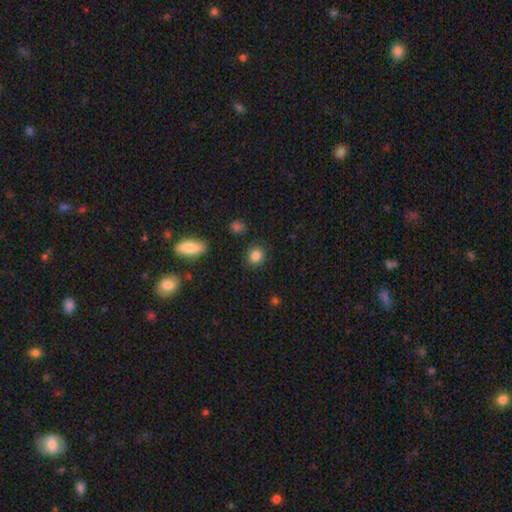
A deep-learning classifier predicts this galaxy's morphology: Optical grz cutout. It shows a smooth galaxy with no disk features (85%) that is round (79%). Merging: none (86%).